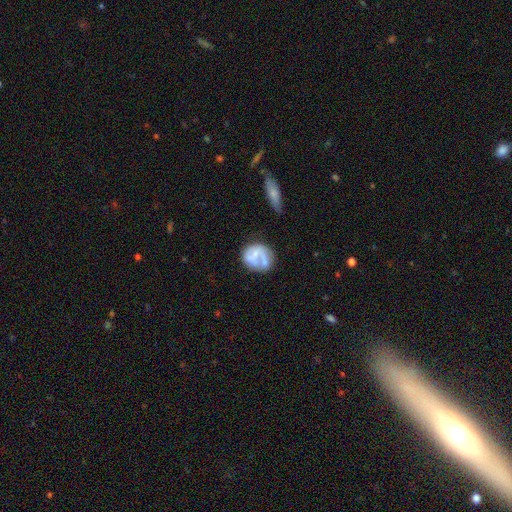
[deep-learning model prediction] smooth-or-featured: featured or disk: 52% | smooth: 40% | star or artifact: 7%
  disk-edge-on: no: 97% | yes: 3%
    bar: no: 51% | weak: 31% | strong: 18%
    has-spiral-arms: yes: 54% | no: 46%
    bulge-size: small: 39% | none: 37% | moderate: 19% | large: 3% | dominant: 2%
  merging: none: 52% | minor disturbance: 23% | major disturbance: 15% | merger: 10%